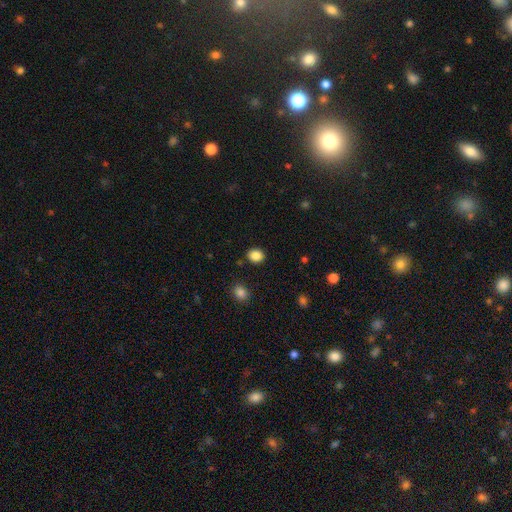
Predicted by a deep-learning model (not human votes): The model was most divided on "how rounded": round: 68%, in between: 31%, cigar-shaped: 1%. More confident: merging — none (89%); smooth or featured — smooth (87%).